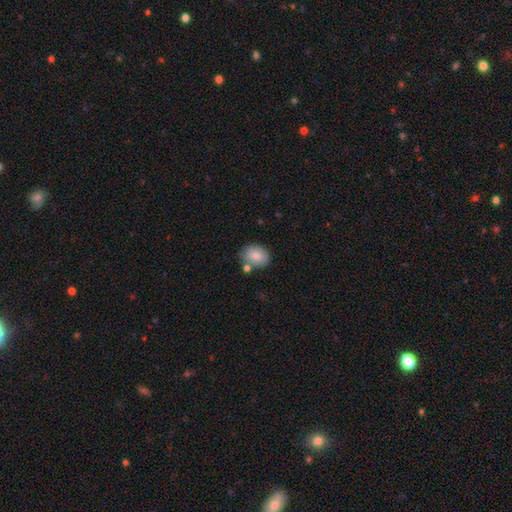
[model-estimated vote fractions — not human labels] smooth-or-featured: smooth: 82% | featured or disk: 10% | star or artifact: 8%
  how-rounded: in between: 56% | round: 43% | cigar-shaped: 1%
  merging: none: 70% | minor disturbance: 15% | merger: 11% | major disturbance: 3%